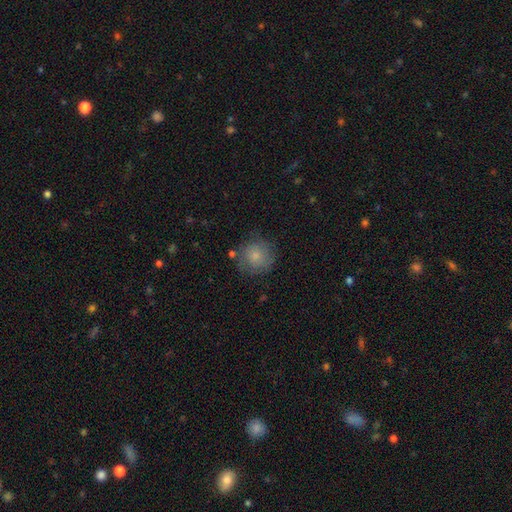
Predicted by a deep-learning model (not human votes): Smooth or featured? smooth (75%)
How rounded? round (91%)
Merging? none (70%)